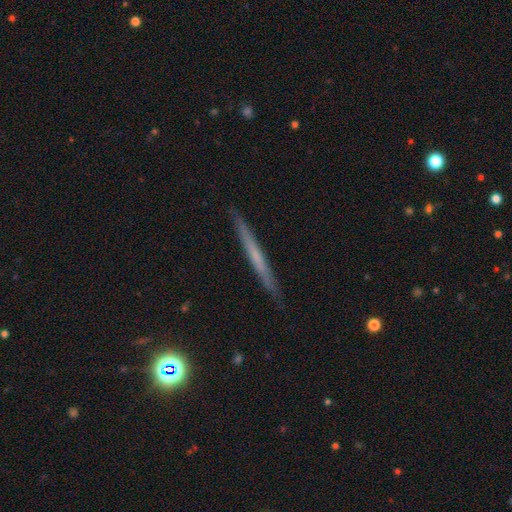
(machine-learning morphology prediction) type=featured or disk (51%); edge-on=yes (96%); merging=none (90%).